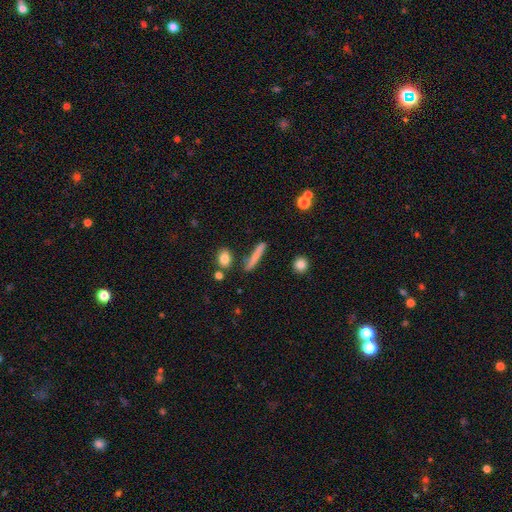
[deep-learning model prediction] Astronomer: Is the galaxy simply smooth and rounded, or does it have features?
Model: smooth — 74%.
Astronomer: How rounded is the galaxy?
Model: cigar-shaped — 90%.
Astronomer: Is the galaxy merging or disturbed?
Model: none — 79%.